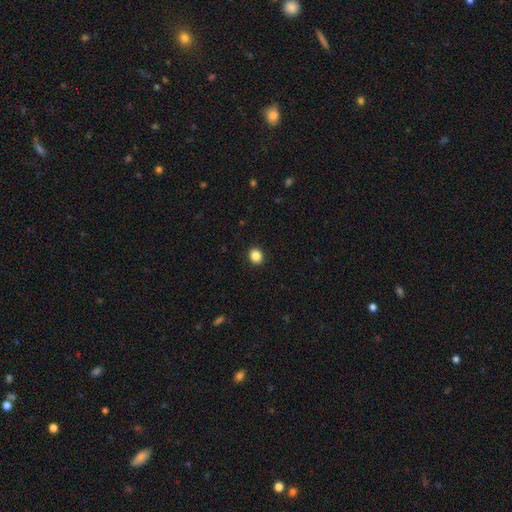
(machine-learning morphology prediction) This is clearly a smooth galaxy (87%). How rounded: likely round (73%). Merging: clearly none (92%).